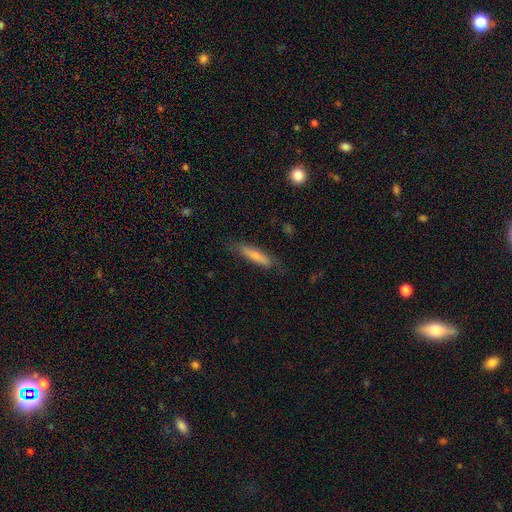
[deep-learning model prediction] smooth-or-featured: smooth: 66% | featured or disk: 28% | star or artifact: 6%
  how-rounded: cigar-shaped: 80% | in between: 18% | round: 2%
  merging: none: 77% | minor disturbance: 17% | major disturbance: 4% | merger: 1%